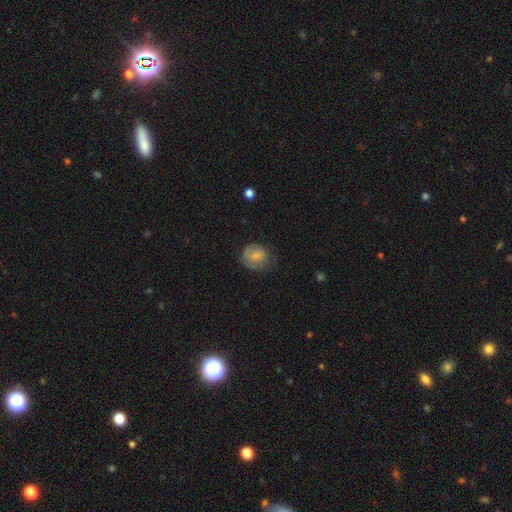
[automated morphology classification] A smooth galaxy with no disk features (67%) that is round (74%). Merging: none (57%).